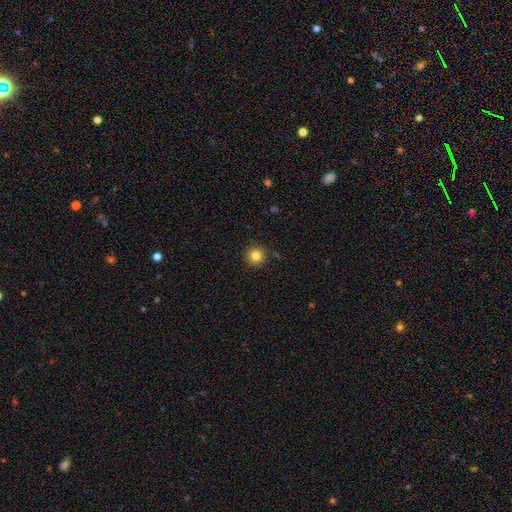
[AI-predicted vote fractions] This appears to be a smooth galaxy with no disk features (83%) that is round (95%). Merging: none (91%).